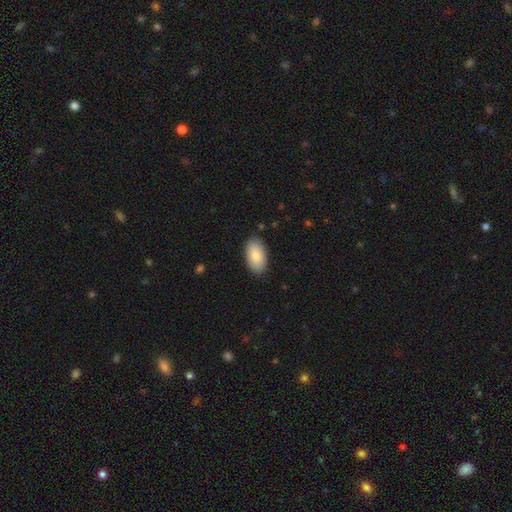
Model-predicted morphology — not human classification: smooth_or_featured: smooth (p=0.86) [alt: featured or disk p=0.08]
how_rounded: in between (p=0.95) [alt: round p=0.03]
merging: none (p=0.87) [alt: minor disturbance p=0.10]